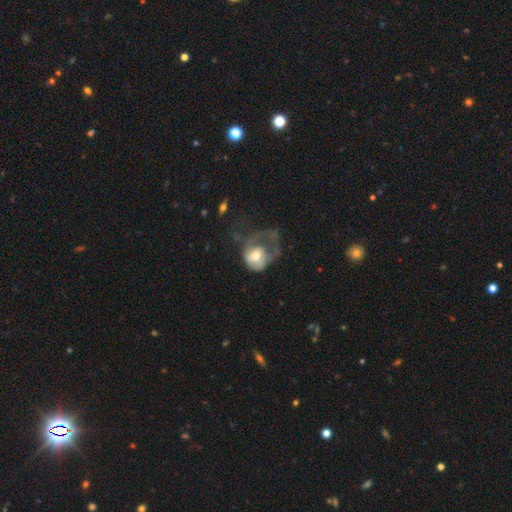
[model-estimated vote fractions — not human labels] Smooth or featured? Predicted: smooth (p=0.50). How rounded? Predicted: round (p=0.56). Merging? Predicted: major disturbance (p=0.67).